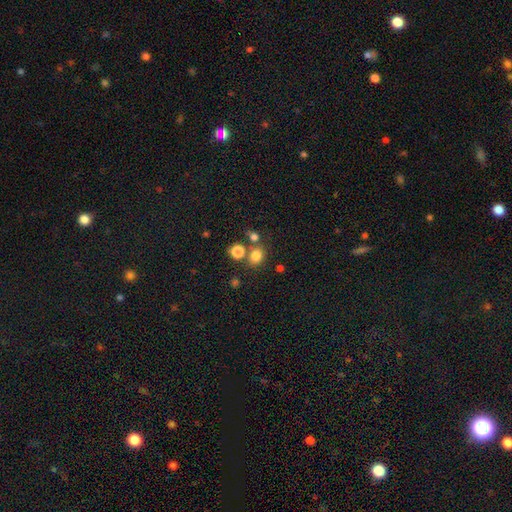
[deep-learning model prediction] Smooth or featured? Predicted: smooth (p=0.78). How rounded? Predicted: round (p=0.70). Merging? Predicted: none (p=0.66).